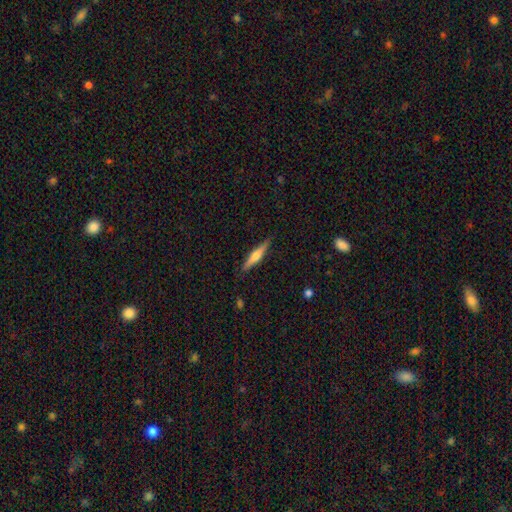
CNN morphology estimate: Smooth or featured?
  - featured or disk: 53% *
  - smooth: 42%
  - star or artifact: 6%
Edge-on disk?
  - yes: 96% *
  - no: 4%
Edge-on bulge?
  - rounded: 81% *
  - boxy: 10%
  - none: 9%
Merging?
  - none: 88% *
  - minor disturbance: 9%
  - major disturbance: 2%
  - merger: 1%